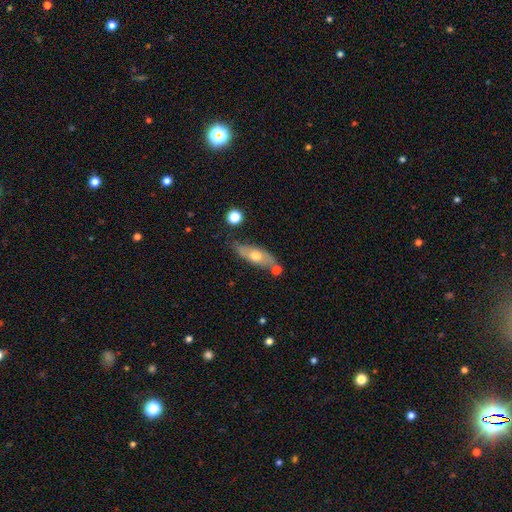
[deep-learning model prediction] Morphology: type=featured or disk (47%); merging=none (72%).